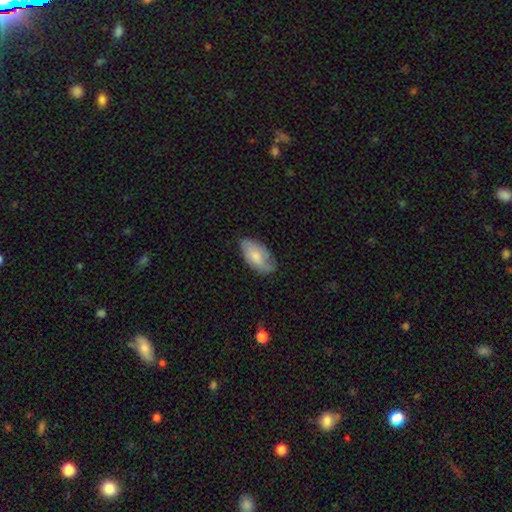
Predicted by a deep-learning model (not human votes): Q: Smooth or featured?
A: smooth (70%); runner-up: featured or disk (24%)
Q: How rounded?
A: in between (93%); runner-up: cigar-shaped (4%)
Q: Merging?
A: none (66%); runner-up: minor disturbance (27%)